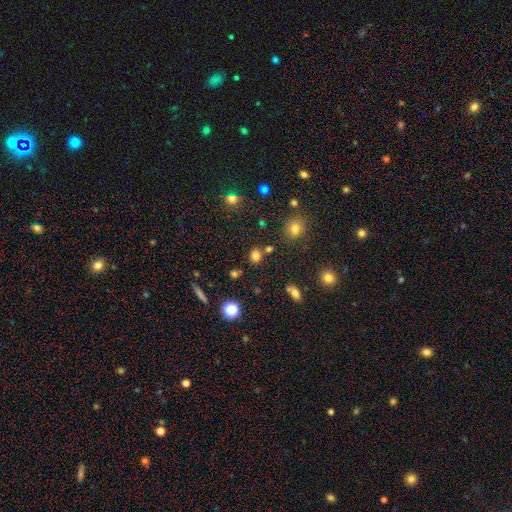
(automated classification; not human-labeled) A smooth galaxy with no disk features (75%) that is round (70%).

Vote fractions:
- Smooth or featured? smooth: 75% / star or artifact: 18% / featured or disk: 7%
- How rounded? round: 70% / in between: 29% / cigar-shaped: 1%
- Merging? none: 72% / merger: 14% / minor disturbance: 11% / major disturbance: 4%